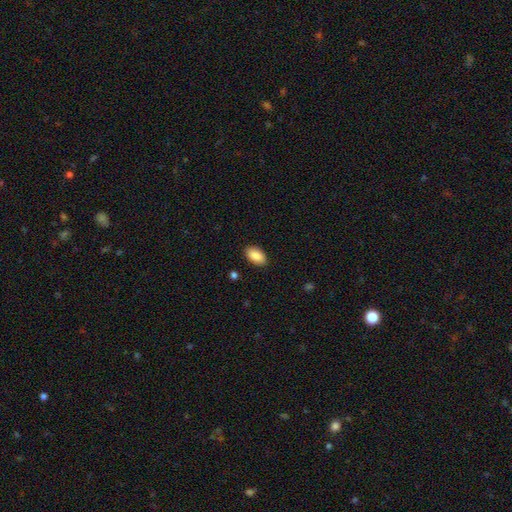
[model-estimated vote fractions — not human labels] Overall: smooth (89%). How rounded: in between (94%). Merging: none (89%).